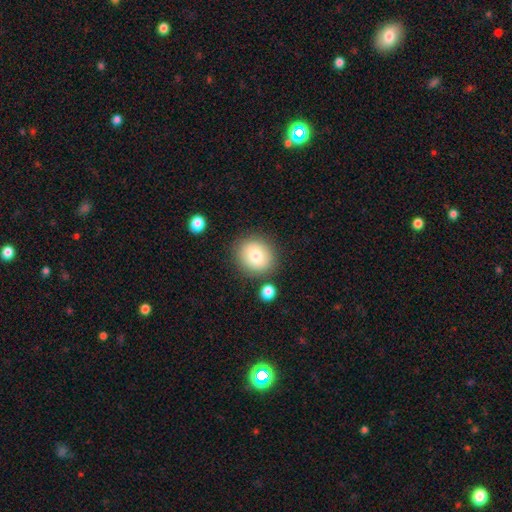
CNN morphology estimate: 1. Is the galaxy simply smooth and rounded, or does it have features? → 77% smooth, 13% featured or disk, 9% star or artifact.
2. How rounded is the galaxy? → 82% round, 17% in between, 1% cigar-shaped.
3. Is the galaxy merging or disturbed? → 82% none, 10% minor disturbance, 5% merger, 3% major disturbance.